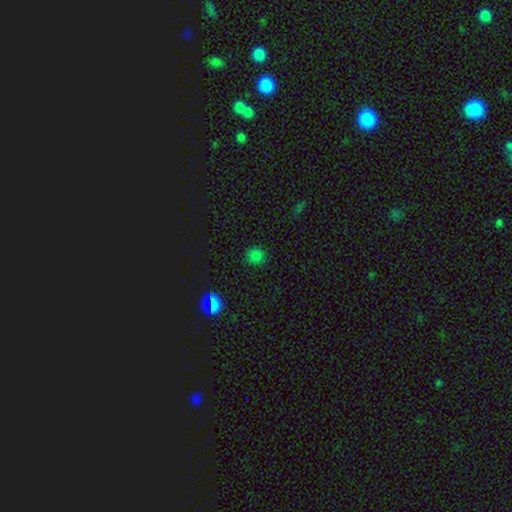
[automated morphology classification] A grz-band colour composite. It shows a smooth galaxy with no disk features (78%) that is round (86%). Merging: none (88%).